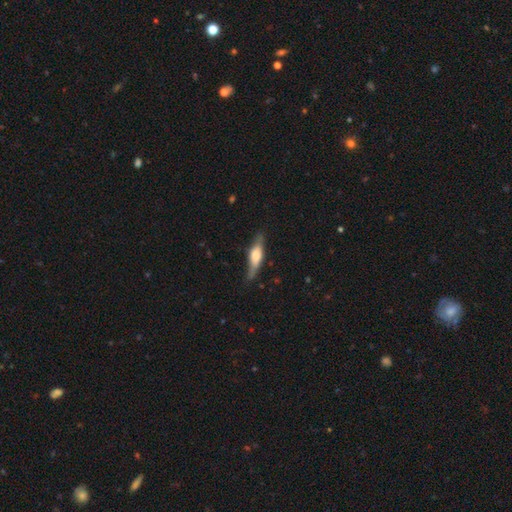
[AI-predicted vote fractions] Smooth or featured?
  - featured or disk: 50% *
  - smooth: 43%
  - star or artifact: 6%
Edge-on disk?
  - yes: 91% *
  - no: 9%
Merging?
  - none: 76% *
  - minor disturbance: 18%
  - major disturbance: 4%
  - merger: 2%